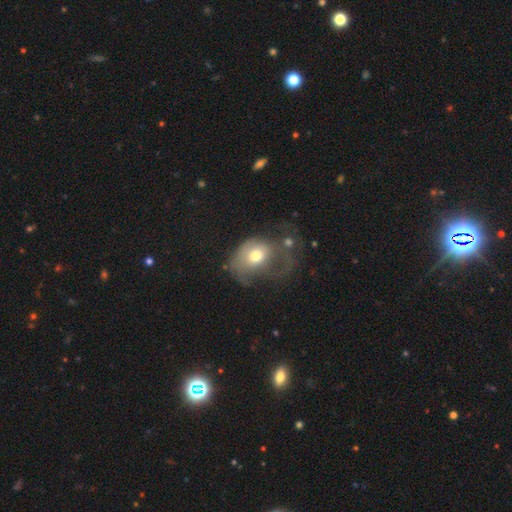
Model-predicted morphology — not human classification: Q: Smooth or featured?
A: smooth (62%); runner-up: featured or disk (30%)
Q: How rounded?
A: in between (64%); runner-up: round (35%)
Q: Merging?
A: major disturbance (55%); runner-up: minor disturbance (18%)